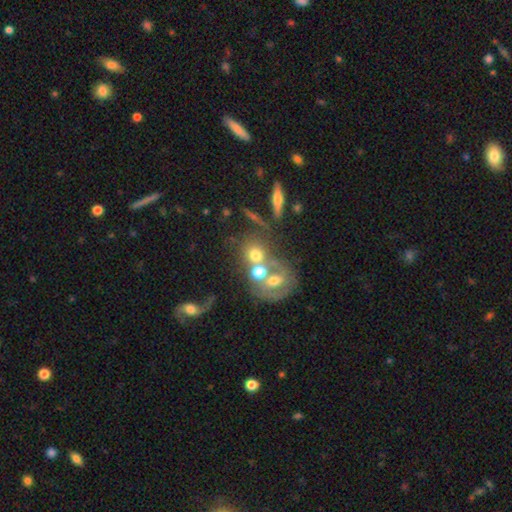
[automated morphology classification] Smooth or featured? smooth (56%)
How rounded? round (72%)
Merging? merger (51%)